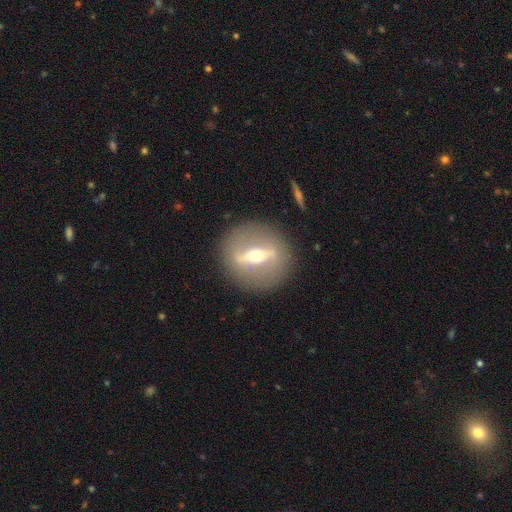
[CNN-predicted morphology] This is likely a featured or disk galaxy (77%). It is possibly not viewed edge-on (54%). Merging: clearly none (89%).